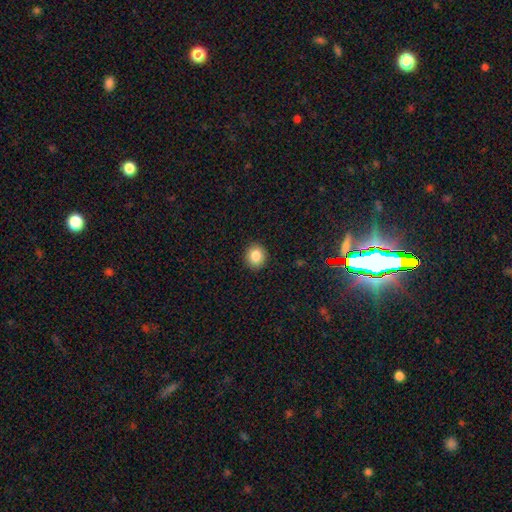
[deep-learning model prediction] Smooth or featured?
  - smooth: 85% *
  - star or artifact: 10%
  - featured or disk: 5%
How rounded?
  - round: 80% *
  - in between: 19%
  - cigar-shaped: 1%
Merging?
  - none: 91% *
  - minor disturbance: 7%
  - major disturbance: 2%
  - merger: 1%